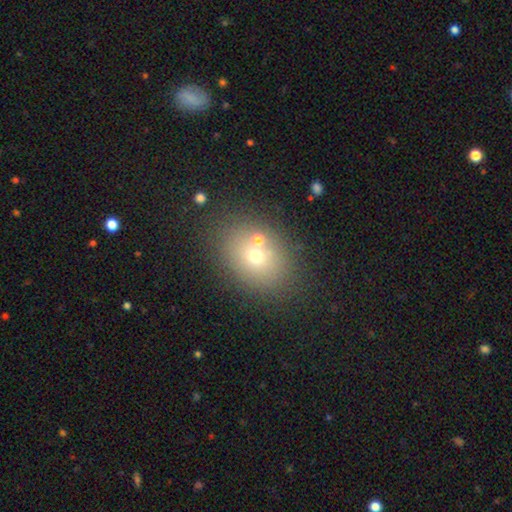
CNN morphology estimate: smooth 63%, featured or disk 20%, star or artifact 18%. Down the decision tree: how rounded — in between (53%); merging — none (68%).